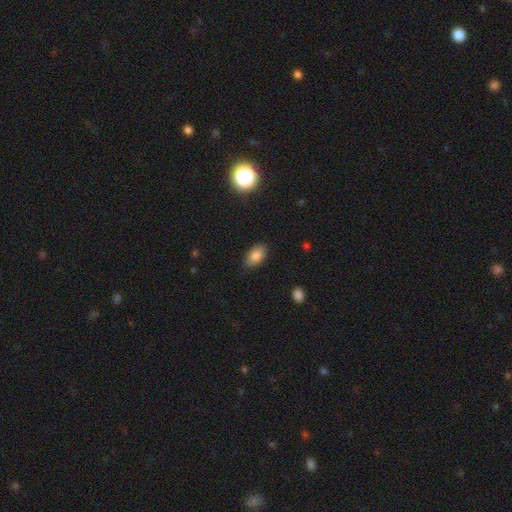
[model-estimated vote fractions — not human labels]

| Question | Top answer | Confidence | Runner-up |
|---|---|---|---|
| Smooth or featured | smooth | 83% | star or artifact (9%) |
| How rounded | in between | 92% | round (6%) |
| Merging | none | 82% | minor disturbance (14%) |